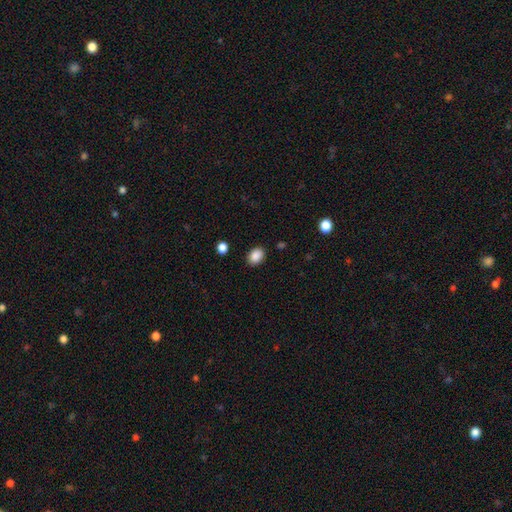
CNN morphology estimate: This appears to be a smooth galaxy with no disk features (88%) that is in between round and cigar-shaped (69%). Merging: none (87%).